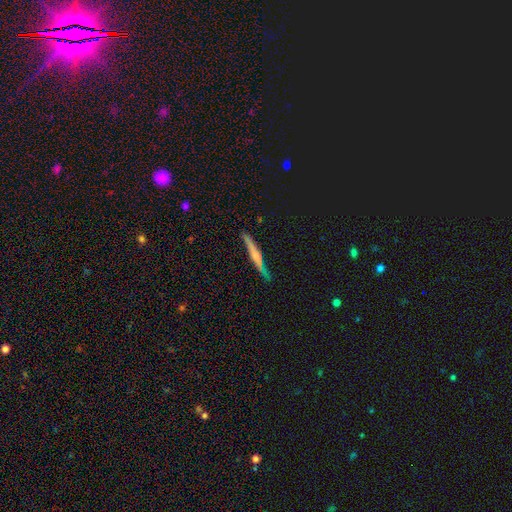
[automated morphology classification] This appears to be a featured or disk galaxy (62%) viewed edge-on (93%) with a rounded central bulge (48%). Merging: none (77%).